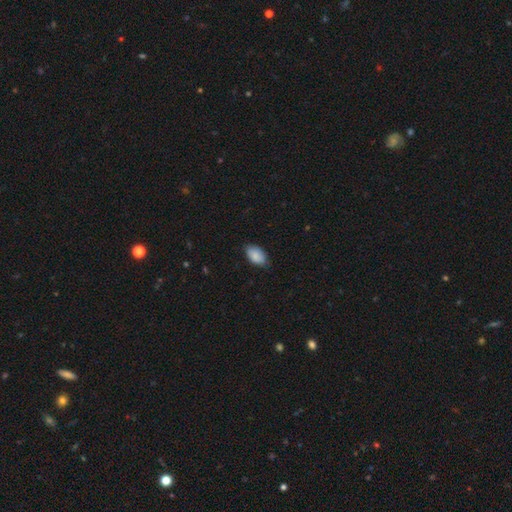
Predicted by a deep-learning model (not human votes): Overall: smooth (87%). How rounded: in between (94%). Merging: none (78%).